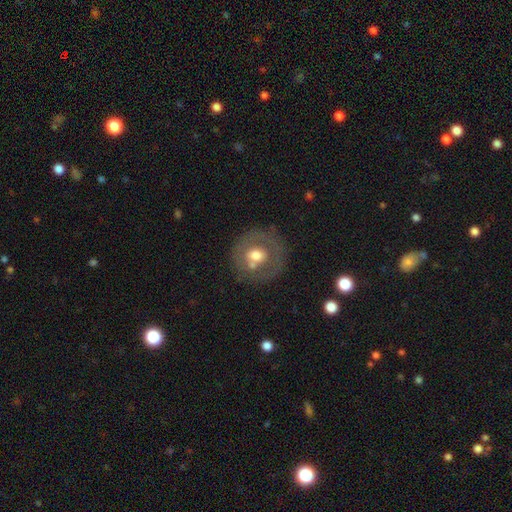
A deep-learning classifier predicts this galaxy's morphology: Overall: smooth (51%; featured or disk 41%). How rounded: round (85%). Merging: none (69%).